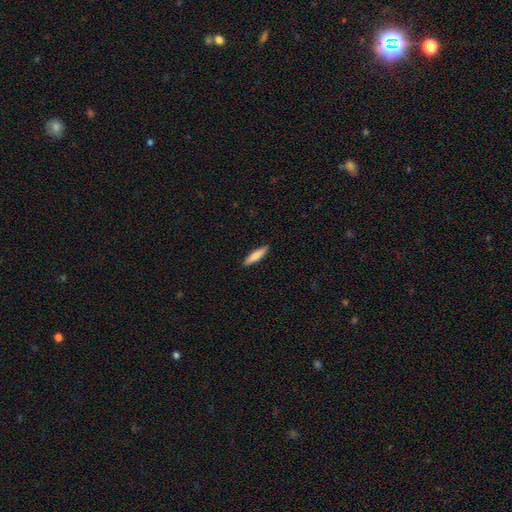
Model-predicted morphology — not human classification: Smooth or featured?
  - smooth: 74% *
  - featured or disk: 21%
  - star or artifact: 5%
How rounded?
  - cigar-shaped: 80% *
  - in between: 19%
  - round: 2%
Merging?
  - none: 91% *
  - minor disturbance: 7%
  - major disturbance: 1%
  - merger: 1%